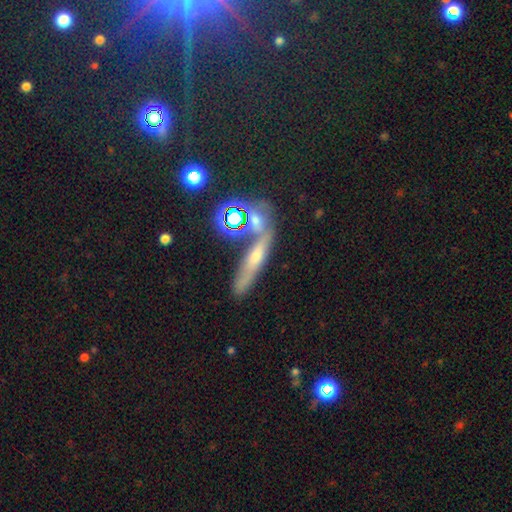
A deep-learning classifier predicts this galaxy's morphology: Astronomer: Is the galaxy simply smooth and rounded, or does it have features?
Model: smooth — 39% (runner-up: featured or disk, 33%).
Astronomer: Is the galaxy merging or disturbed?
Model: none — 54%.